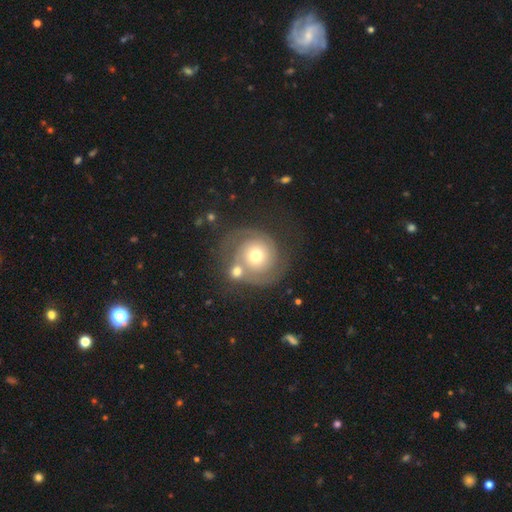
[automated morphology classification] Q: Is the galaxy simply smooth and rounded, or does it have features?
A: featured or disk — 76%.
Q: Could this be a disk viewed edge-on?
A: no — 98%.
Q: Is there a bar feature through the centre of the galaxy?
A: no — 82%.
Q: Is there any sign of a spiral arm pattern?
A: yes — 91%.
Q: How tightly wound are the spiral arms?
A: tight — 60%.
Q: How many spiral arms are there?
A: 2 — 81%.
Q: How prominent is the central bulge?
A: moderate — 66%.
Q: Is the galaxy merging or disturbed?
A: none — 53%.